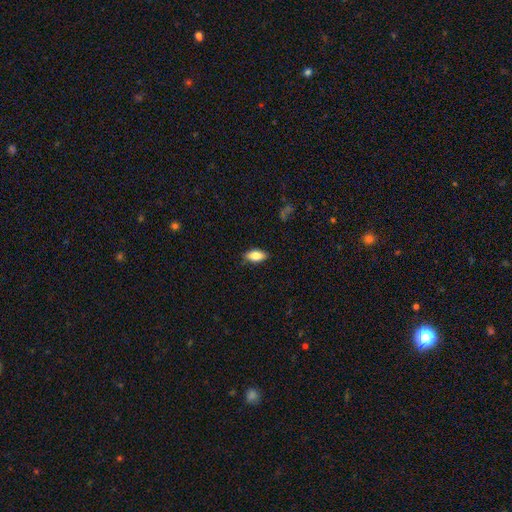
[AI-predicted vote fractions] This is clearly a smooth galaxy (81%). How rounded: clearly in between (89%). Merging: clearly none (84%).